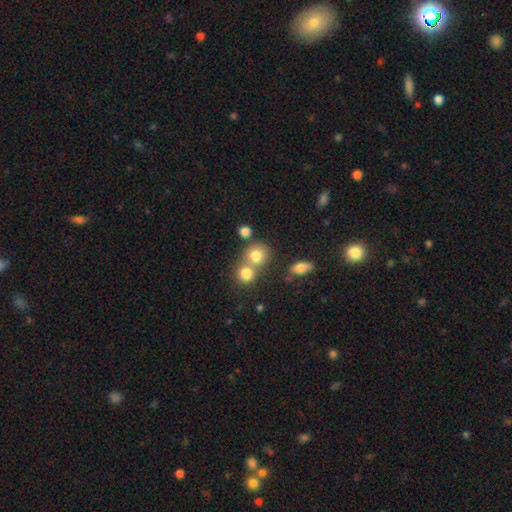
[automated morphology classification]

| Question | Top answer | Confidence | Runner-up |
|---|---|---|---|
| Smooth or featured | smooth | 79% | star or artifact (11%) |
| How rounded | round | 78% | in between (21%) |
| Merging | none | 45% | merger (43%) |